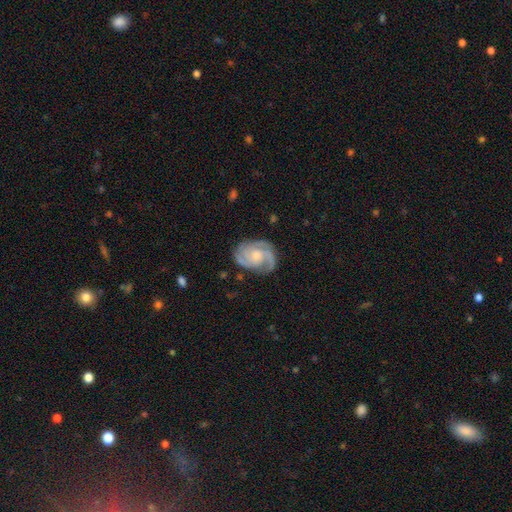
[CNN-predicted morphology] Smooth or featured?
  - featured or disk: 87% *
  - smooth: 9%
  - star or artifact: 5%
Edge-on disk?
  - no: 98% *
  - yes: 2%
Bar?
  - no: 70% *
  - weak: 26%
  - strong: 4%
Spiral arms?
  - yes: 97% *
  - no: 3%
Spiral winding?
  - tight: 47% *
  - medium: 43%
  - loose: 10%
Spiral arm count?
  - 3: 43% *
  - 2: 27%
  - can't tell: 13%
  - 4: 8%
  - 1: 5%
  - more than 4: 4%
Bulge size?
  - moderate: 48% *
  - small: 43%
  - none: 5%
  - large: 4%
  - dominant: 1%
Merging?
  - none: 73% *
  - minor disturbance: 18%
  - major disturbance: 7%
  - merger: 1%